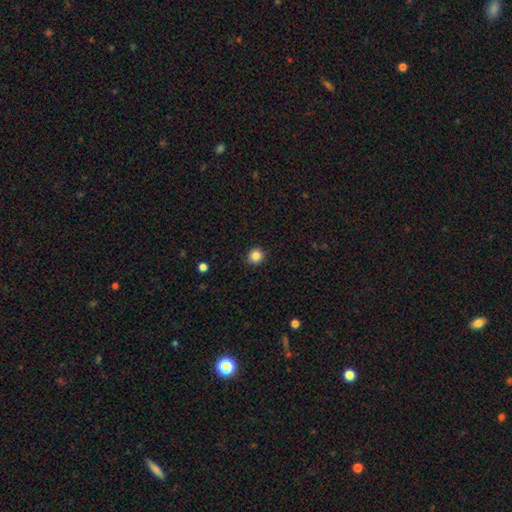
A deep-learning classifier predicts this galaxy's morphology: Smooth or featured?
  - smooth: 86% *
  - star or artifact: 11%
  - featured or disk: 4%
How rounded?
  - round: 93% *
  - in between: 6%
  - cigar-shaped: 1%
Merging?
  - none: 91% *
  - minor disturbance: 6%
  - major disturbance: 2%
  - merger: 1%